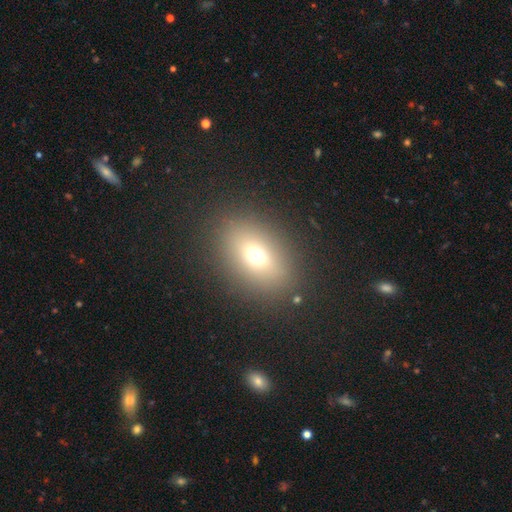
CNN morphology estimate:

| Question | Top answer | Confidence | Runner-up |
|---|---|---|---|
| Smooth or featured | smooth | 67% | star or artifact (18%) |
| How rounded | in between | 69% | round (29%) |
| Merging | none | 85% | minor disturbance (9%) |